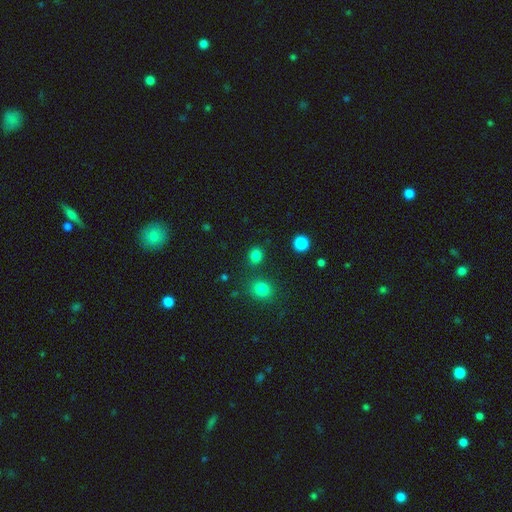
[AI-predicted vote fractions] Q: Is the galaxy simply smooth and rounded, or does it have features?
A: smooth — 81%.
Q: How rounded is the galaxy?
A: round — 76%.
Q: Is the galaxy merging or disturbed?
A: none — 81%.